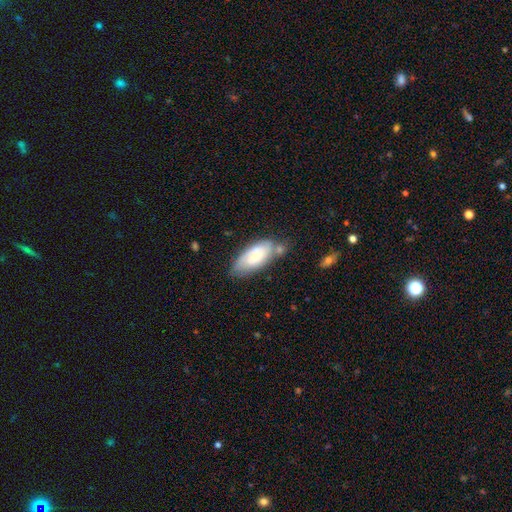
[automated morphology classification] A smooth galaxy with no disk features (58%) that is in between round and cigar-shaped (85%). Merging: none (56%).